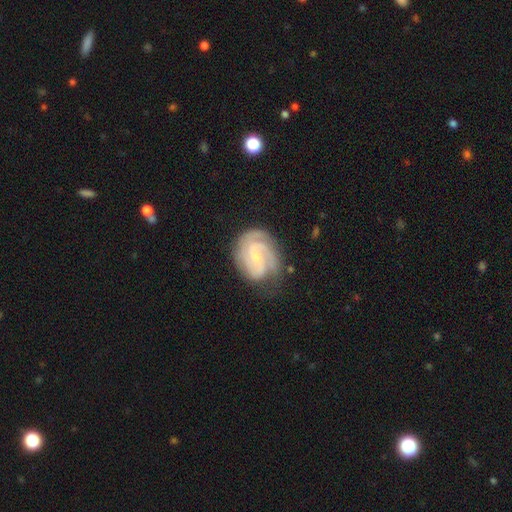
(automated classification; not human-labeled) smooth-or-featured: featured or disk: 85% | smooth: 9% | star or artifact: 5%
  disk-edge-on: no: 98% | yes: 2%
    bar: no: 46% | weak: 44% | strong: 10%
    has-spiral-arms: yes: 97% | no: 3%
      spiral-winding: tight: 59% | medium: 34% | loose: 7%
      spiral-arm-count: 3: 34% | 2: 33% | can't tell: 18% | 4: 6% | 1: 5% | more than 4: 4%
    bulge-size: small: 71% | moderate: 20% | none: 8% | large: 1% | dominant: 1%
  merging: none: 70% | minor disturbance: 21% | major disturbance: 8% | merger: 2%